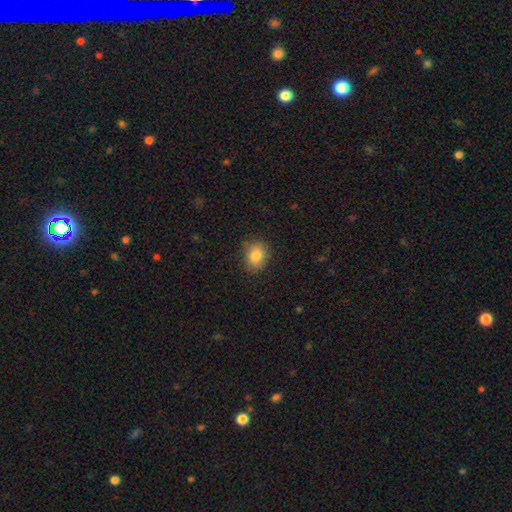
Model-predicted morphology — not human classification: smooth 82%, star or artifact 9%, featured or disk 8%. Down the decision tree: how rounded — in between (52%); merging — none (81%).